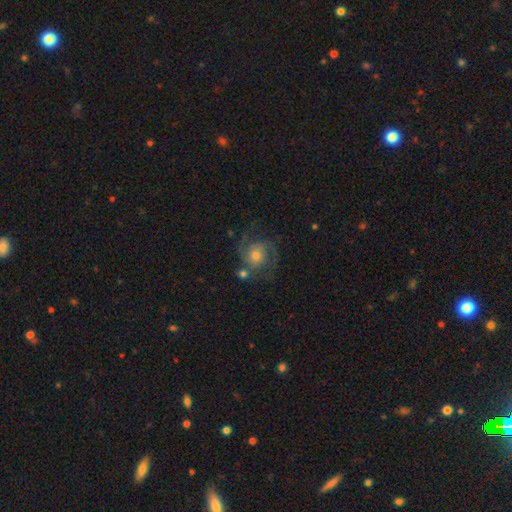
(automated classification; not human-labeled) Smooth or featured: featured or disk — 76% (smooth — 16%)
Edge-on disk: no — 98% (yes — 2%)
Bar: no — 71% (weak — 25%)
Spiral arms: yes — 93% (no — 7%)
Spiral winding: medium — 50% (tight — 29%)
Spiral arm count: 2 — 58% (3 — 16%)
Bulge size: moderate — 51% (small — 39%)
Merging: none — 59% (minor disturbance — 18%)